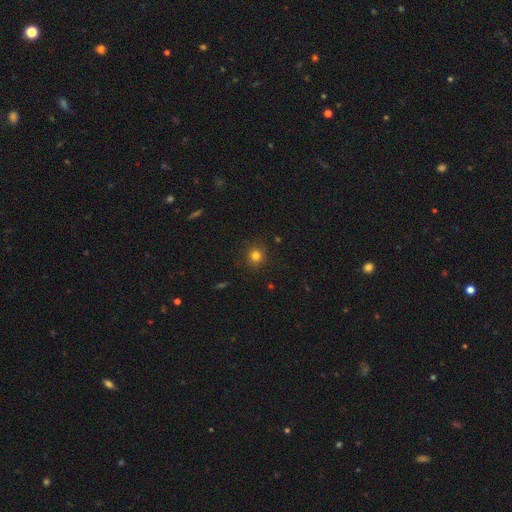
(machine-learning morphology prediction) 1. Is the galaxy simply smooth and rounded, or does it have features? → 79% smooth, 15% star or artifact, 6% featured or disk.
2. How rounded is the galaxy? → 90% round, 9% in between, 1% cigar-shaped.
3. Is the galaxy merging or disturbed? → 89% none, 7% minor disturbance, 2% major disturbance, 1% merger.